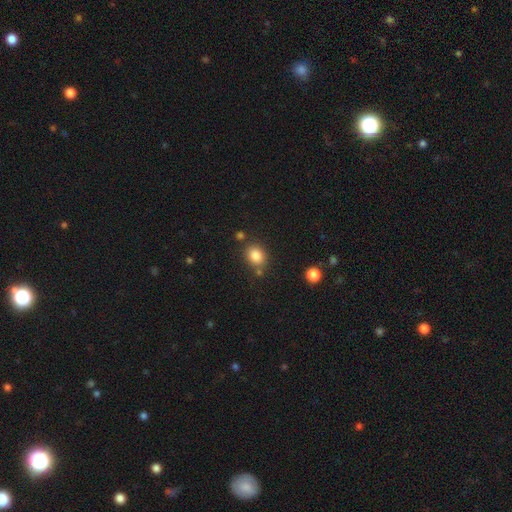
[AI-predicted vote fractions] Smooth or featured?
  - smooth: 84% *
  - star or artifact: 10%
  - featured or disk: 6%
How rounded?
  - round: 52% *
  - in between: 47%
  - cigar-shaped: 1%
Merging?
  - none: 75% *
  - minor disturbance: 12%
  - merger: 9%
  - major disturbance: 4%